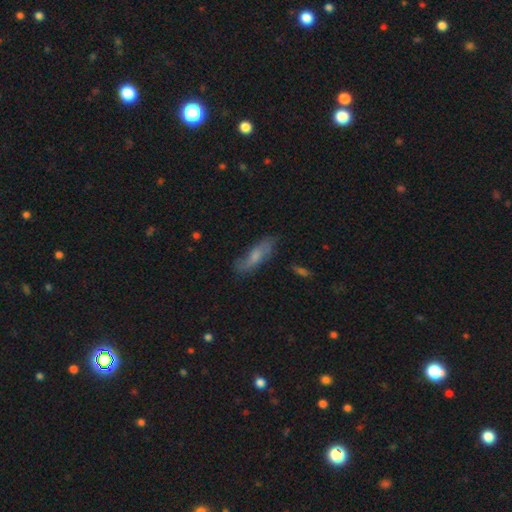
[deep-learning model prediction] Smooth or featured? smooth (51%)
How rounded? cigar-shaped (49%)
Merging? none (71%)